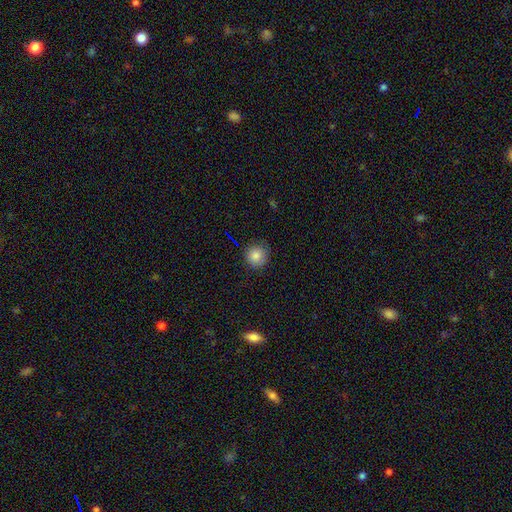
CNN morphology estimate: type=smooth (82%); roundness=round (92%); merging=none (80%).